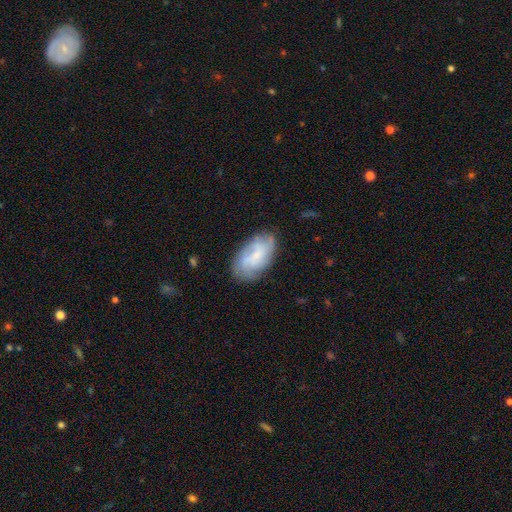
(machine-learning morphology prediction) Overall: smooth (48%; featured or disk 45%). Merging: none (70%).